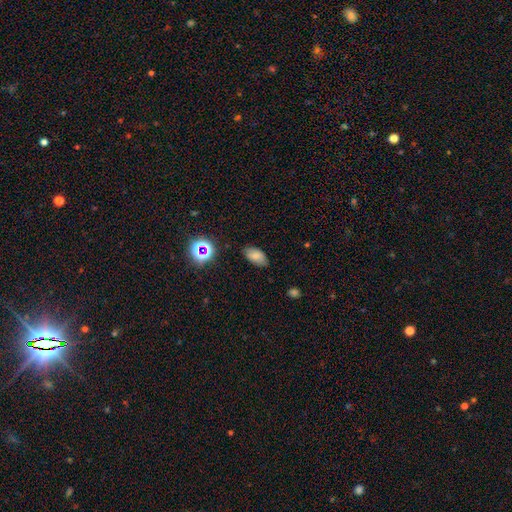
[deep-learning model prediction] This appears to be a smooth galaxy with no disk features (75%) that is in between round and cigar-shaped (92%). Merging: none (80%).